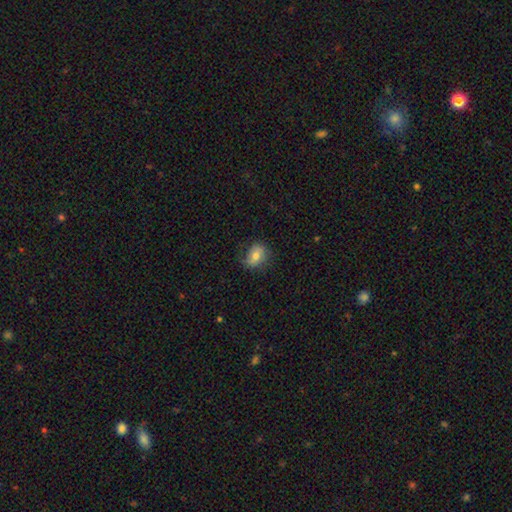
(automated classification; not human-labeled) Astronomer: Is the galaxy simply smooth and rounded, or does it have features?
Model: smooth — 70%.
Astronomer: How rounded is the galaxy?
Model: in between — 67%.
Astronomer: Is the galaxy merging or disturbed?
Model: none — 67%.